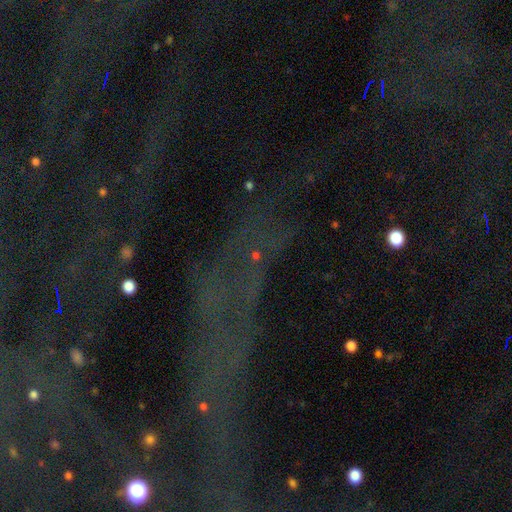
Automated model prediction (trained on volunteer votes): smooth-or-featured: star or artifact: 64% | smooth: 18% | featured or disk: 18%